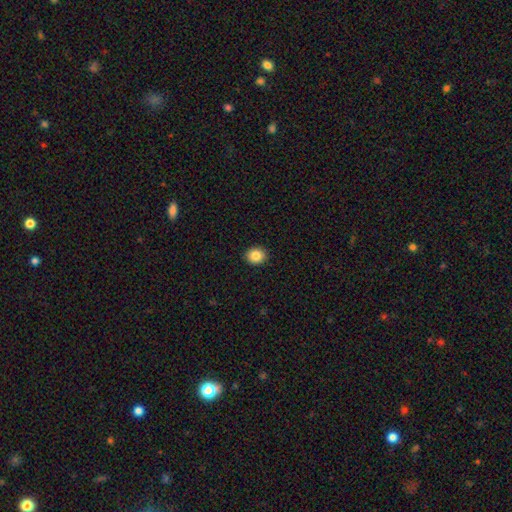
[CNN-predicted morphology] type=smooth (86%); roundness=round (69%); merging=none (92%).